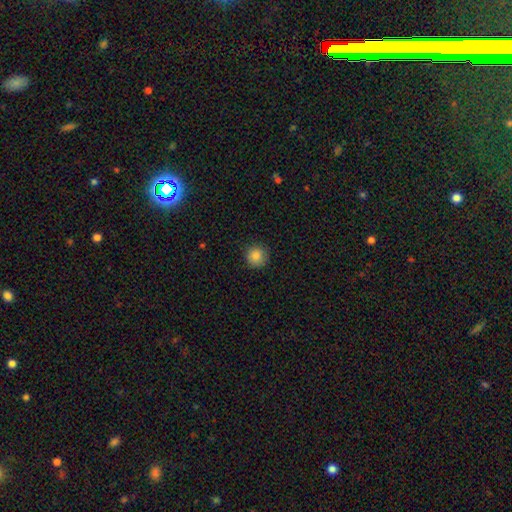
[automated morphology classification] This appears to be a smooth galaxy with no disk features (85%) that is round (95%). Merging: none (89%).